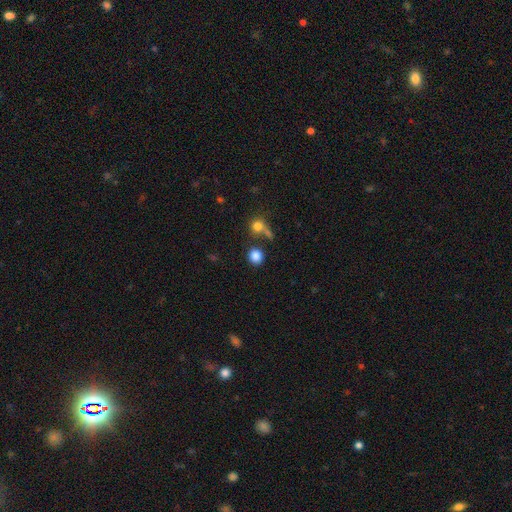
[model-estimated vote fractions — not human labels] Smooth or featured? smooth (84%)
How rounded? round (84%)
Merging? none (76%)